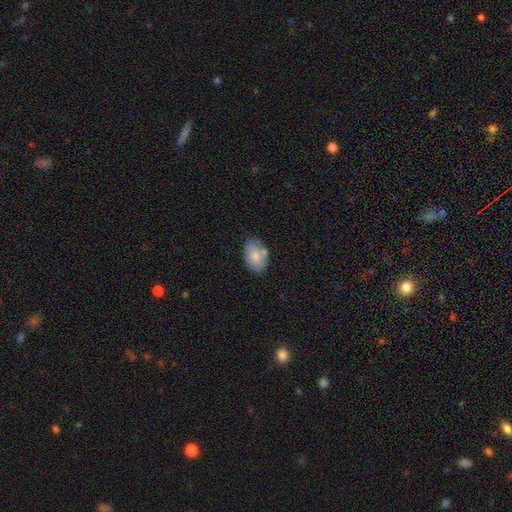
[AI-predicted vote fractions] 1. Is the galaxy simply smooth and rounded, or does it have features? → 75% smooth, 18% featured or disk, 6% star or artifact.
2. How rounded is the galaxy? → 90% in between, 9% round, 1% cigar-shaped.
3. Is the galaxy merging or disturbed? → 66% none, 18% minor disturbance, 12% merger, 4% major disturbance.